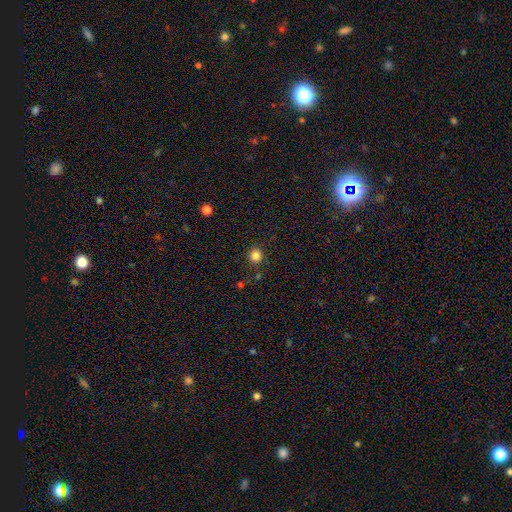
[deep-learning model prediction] smooth 83%, star or artifact 13%, featured or disk 4%. Down the decision tree: how rounded — round (91%); merging — none (87%).